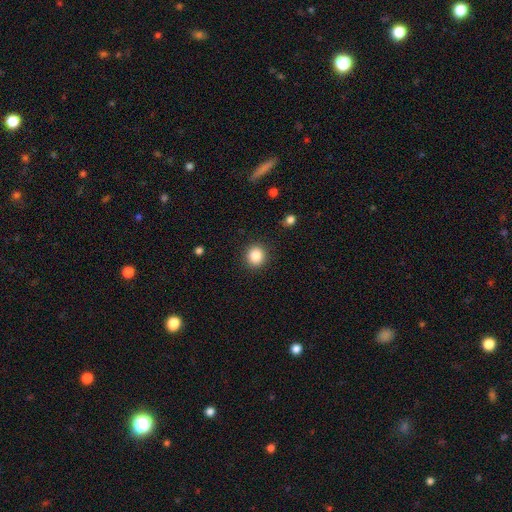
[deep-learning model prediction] A smooth galaxy with no disk features (85%) that is round (87%).

Vote fractions:
- Smooth or featured? smooth: 85% / star or artifact: 10% / featured or disk: 5%
- How rounded? round: 87% / in between: 12% / cigar-shaped: 1%
- Merging? none: 90% / minor disturbance: 6% / major disturbance: 2% / merger: 1%